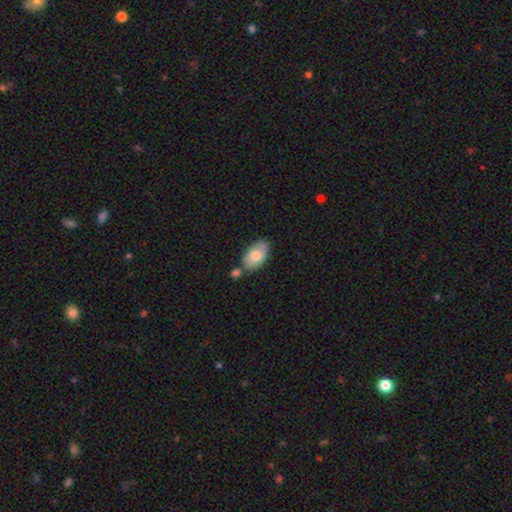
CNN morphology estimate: This appears to be a smooth galaxy with no disk features (76%) that is in between round and cigar-shaped (93%). Merging: none (64%).